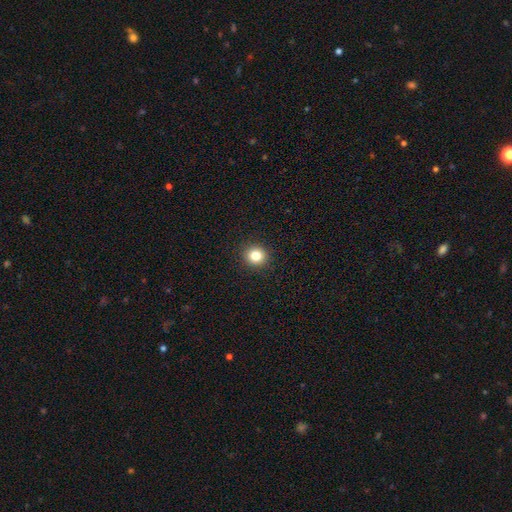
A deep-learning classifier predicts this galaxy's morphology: smooth_or_featured: smooth (p=0.82) [alt: star or artifact p=0.12]
how_rounded: round (p=0.90) [alt: in between p=0.09]
merging: none (p=0.93) [alt: minor disturbance p=0.05]